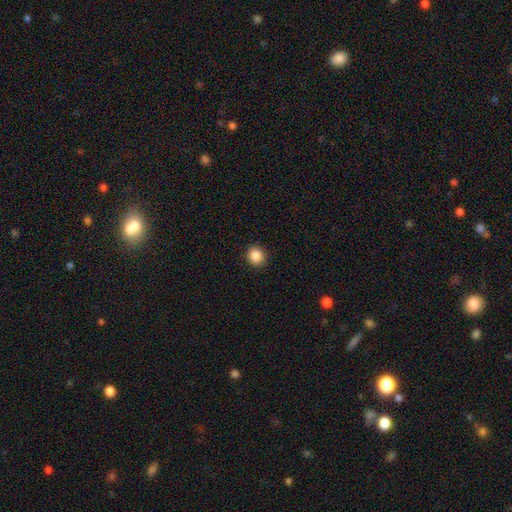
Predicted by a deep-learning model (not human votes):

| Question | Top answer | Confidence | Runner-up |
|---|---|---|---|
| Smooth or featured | smooth | 87% | star or artifact (10%) |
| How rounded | round | 85% | in between (14%) |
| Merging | none | 92% | minor disturbance (5%) |